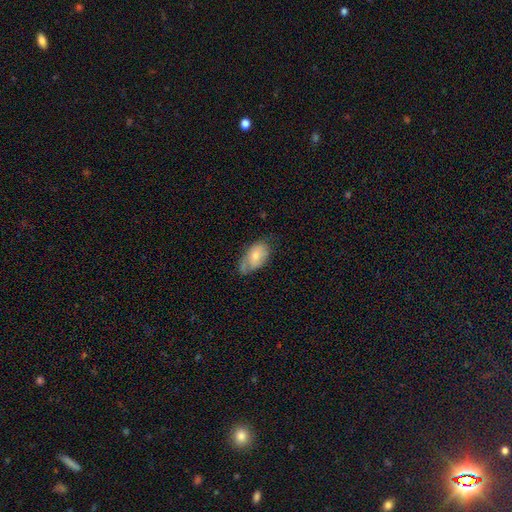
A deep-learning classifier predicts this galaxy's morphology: The model was most divided on "merging": none: 51%, minor disturbance: 35%, major disturbance: 11%, merger: 2%. More confident: how rounded — in between (93%); smooth or featured — smooth (65%).